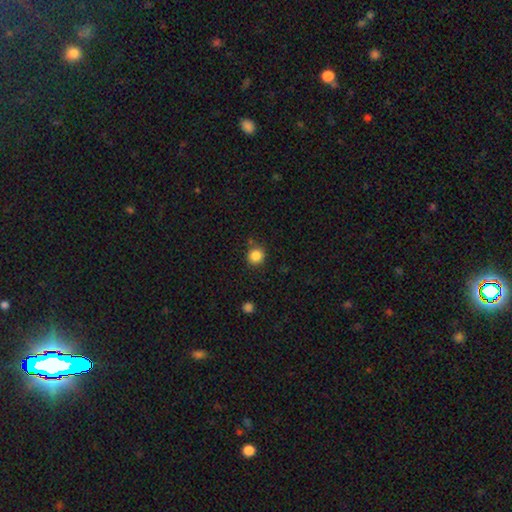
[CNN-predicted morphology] Overall: smooth (86%). How rounded: round (90%). Merging: none (84%).